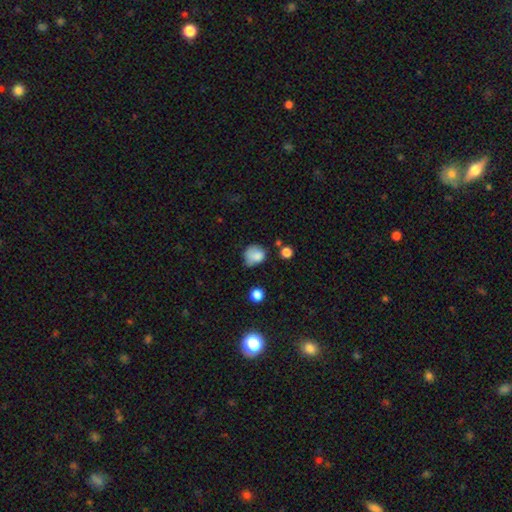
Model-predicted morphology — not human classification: This appears to be a smooth galaxy with no disk features (79%) that is round (66%). Merging: none (45%).